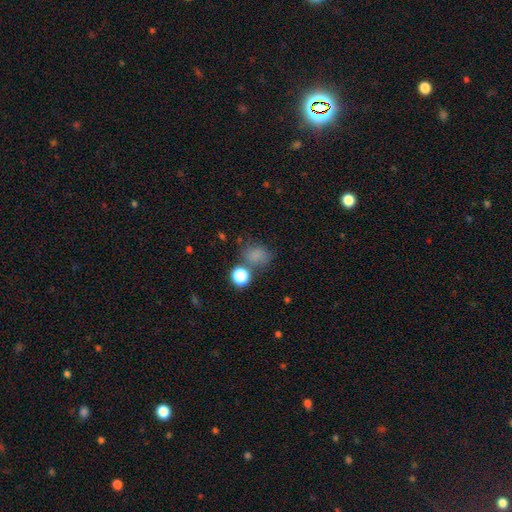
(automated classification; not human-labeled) Overall: smooth (76%). How rounded: round (55%; in between 44%). Merging: none (60%).